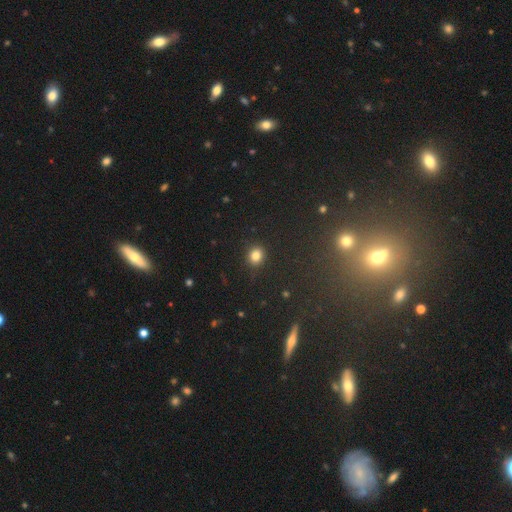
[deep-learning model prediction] Smooth or featured?
  - smooth: 82% *
  - star or artifact: 12%
  - featured or disk: 6%
How rounded?
  - round: 68% *
  - in between: 30%
  - cigar-shaped: 1%
Merging?
  - none: 87% *
  - minor disturbance: 9%
  - major disturbance: 3%
  - merger: 1%